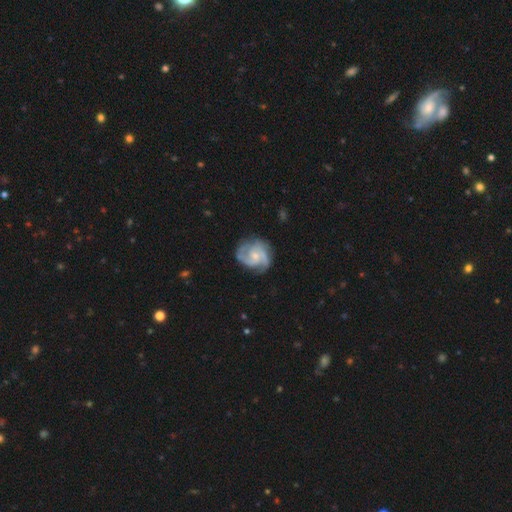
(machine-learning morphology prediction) The model was most divided on "spiral winding": medium: 50%, tight: 39%, loose: 11%. More confident: edge-on disk — no (98%); spiral arms — yes (97%); smooth or featured — featured or disk (88%); merging — none (72%); bar — no (66%); bulge size — small (62%); spiral arm count — 2 (51%).